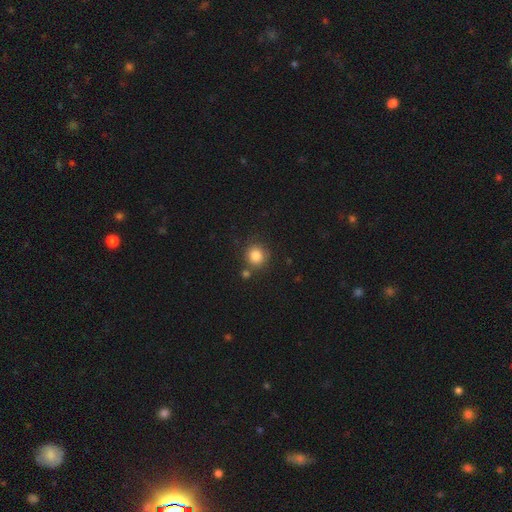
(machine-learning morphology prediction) Overall: smooth (84%). How rounded: round (90%). Merging: none (76%).